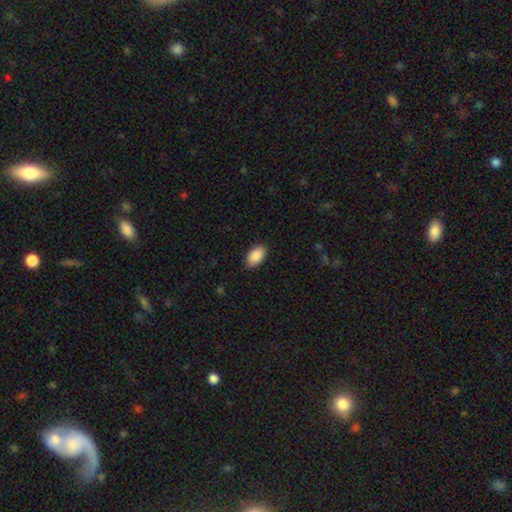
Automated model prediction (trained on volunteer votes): Smooth or featured? smooth (90%)
How rounded? in between (94%)
Merging? none (88%)